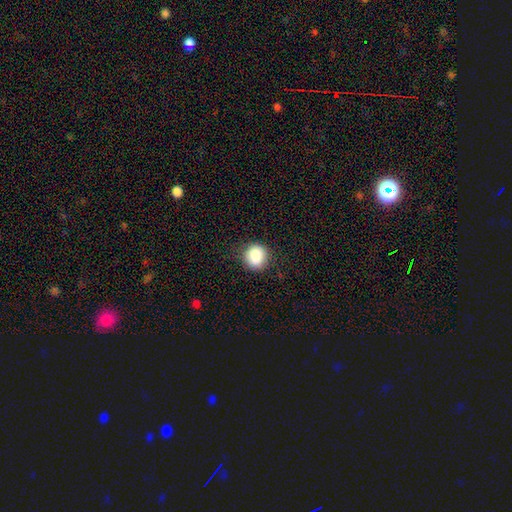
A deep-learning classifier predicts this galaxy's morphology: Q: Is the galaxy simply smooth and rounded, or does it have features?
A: smooth — 86%.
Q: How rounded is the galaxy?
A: round — 82%.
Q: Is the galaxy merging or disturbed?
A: none — 84%.